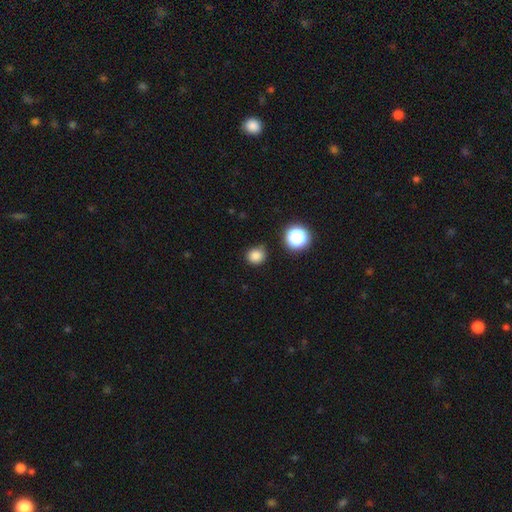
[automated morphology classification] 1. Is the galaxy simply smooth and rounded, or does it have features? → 81% smooth, 15% star or artifact, 4% featured or disk.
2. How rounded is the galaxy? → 86% round, 14% in between, 1% cigar-shaped.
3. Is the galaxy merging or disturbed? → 79% none, 15% minor disturbance, 4% major disturbance, 3% merger.